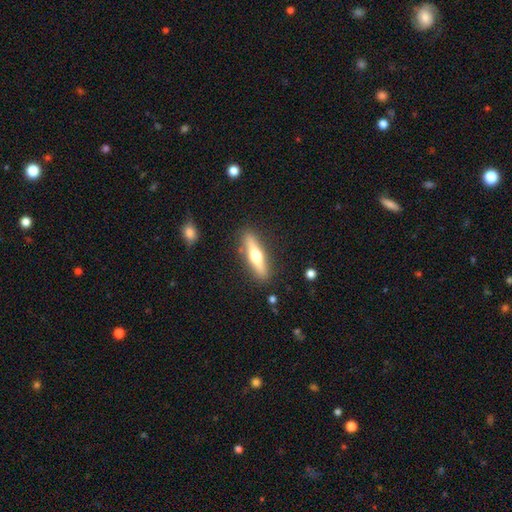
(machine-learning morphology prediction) Overall: featured or disk (54%; smooth 41%). Edge-on disk: yes (92%). Merging: none (87%).